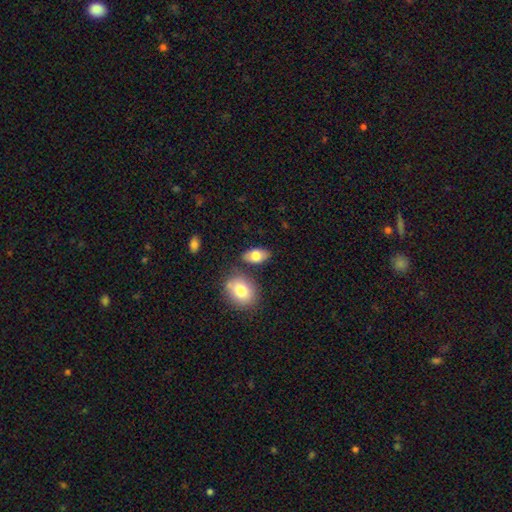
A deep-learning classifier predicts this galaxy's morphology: This is likely a smooth galaxy (78%). How rounded: clearly in between (90%). Merging: likely none (74%).